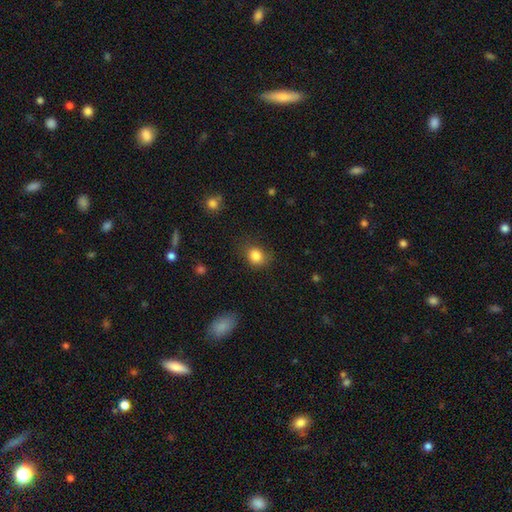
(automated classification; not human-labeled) Smooth or featured? Predicted: smooth (p=0.84). How rounded? Predicted: round (p=0.62). Merging? Predicted: none (p=0.70).